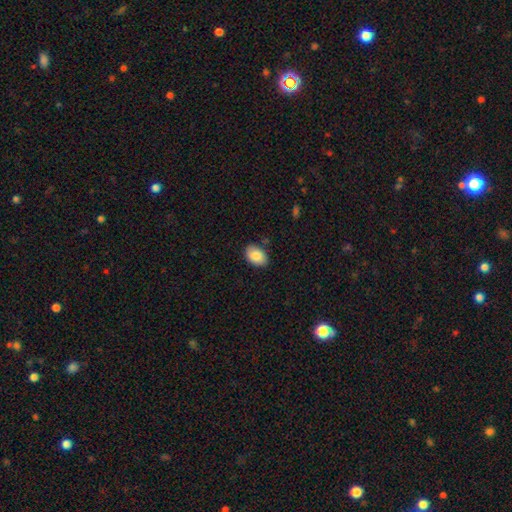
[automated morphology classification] This appears to be a smooth galaxy with no disk features (86%) that is in between round and cigar-shaped (89%). Merging: none (83%).